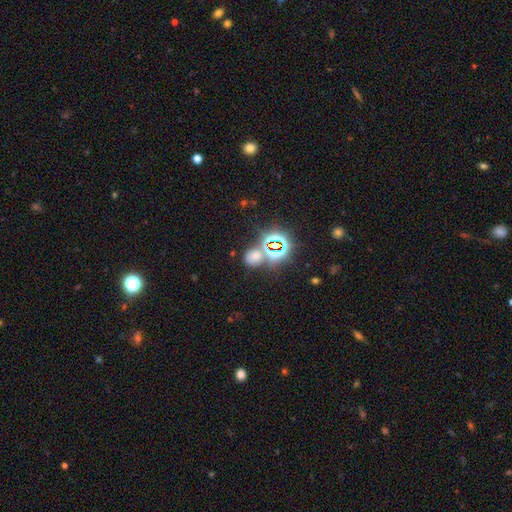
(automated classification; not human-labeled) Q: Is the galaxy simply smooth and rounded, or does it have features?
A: star or artifact — 57%.